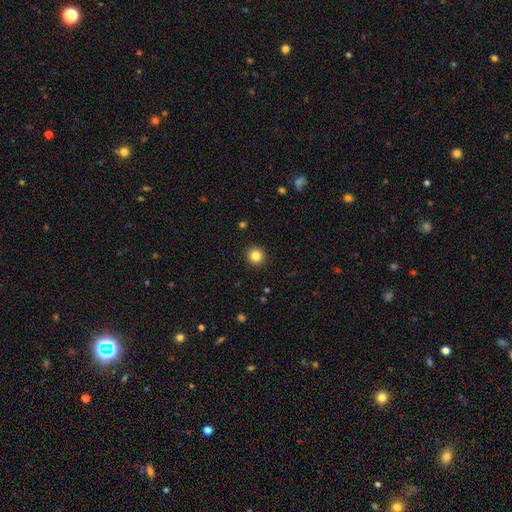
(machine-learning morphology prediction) Overall: smooth (84%). How rounded: round (95%). Merging: none (93%).